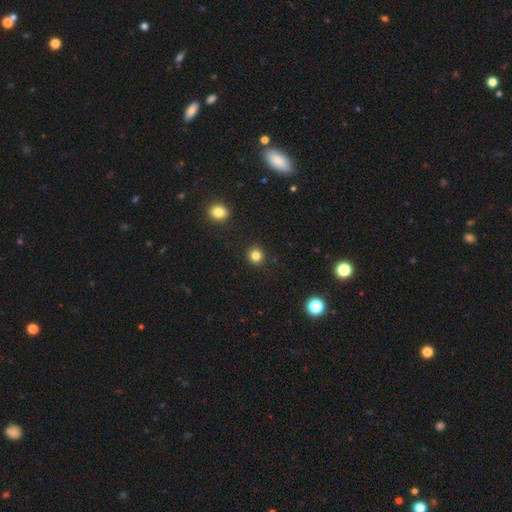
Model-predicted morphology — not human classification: This is clearly a smooth galaxy (83%). How rounded: clearly round (92%). Merging: clearly none (91%).